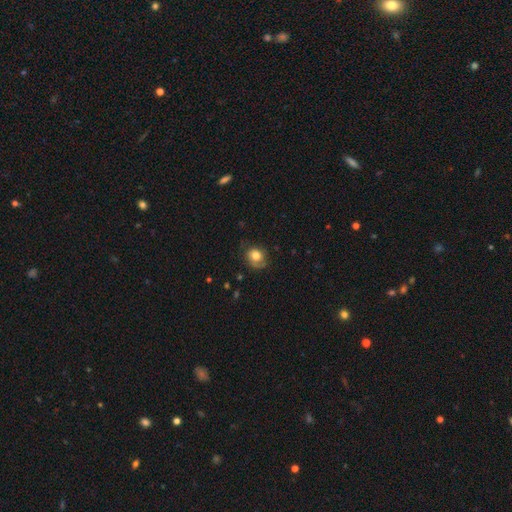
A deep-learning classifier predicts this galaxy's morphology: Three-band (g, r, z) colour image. It shows a smooth galaxy with no disk features (69%) that is round (65%). Merging: none (64%).